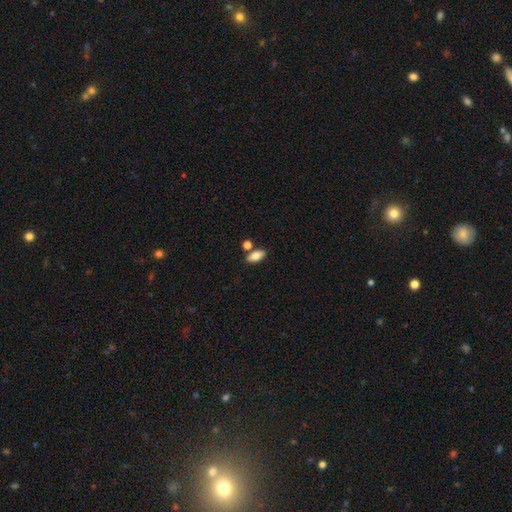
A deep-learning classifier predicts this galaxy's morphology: smooth-or-featured: smooth: 83% | featured or disk: 9% | star or artifact: 8%
  how-rounded: in between: 89% | cigar-shaped: 6% | round: 4%
  merging: none: 72% | merger: 15% | minor disturbance: 11% | major disturbance: 3%